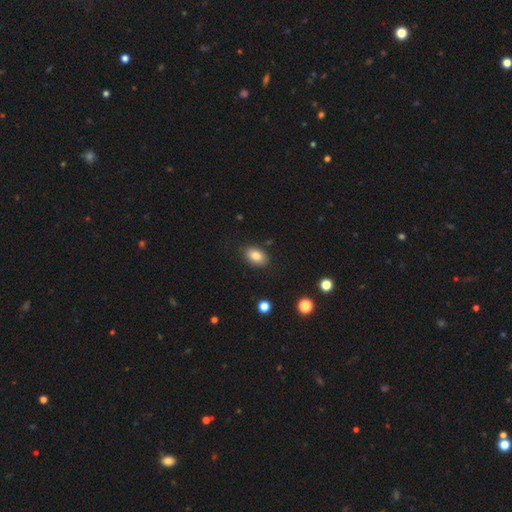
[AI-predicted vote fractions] Smooth or featured?
  - smooth: 84% *
  - star or artifact: 8%
  - featured or disk: 8%
How rounded?
  - in between: 88% *
  - round: 10%
  - cigar-shaped: 1%
Merging?
  - none: 85% *
  - minor disturbance: 10%
  - major disturbance: 3%
  - merger: 1%